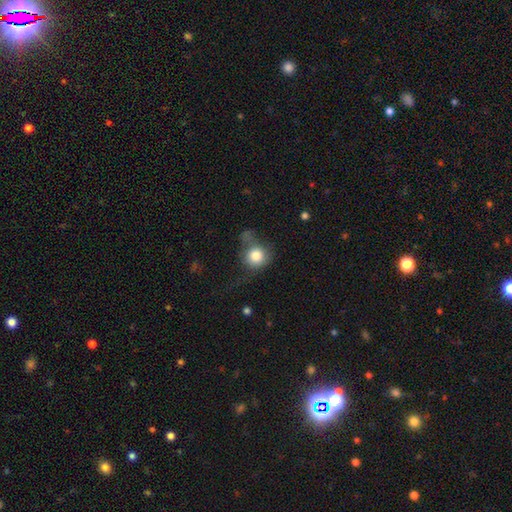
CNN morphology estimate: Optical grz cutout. It shows a smooth galaxy with no disk features (80%) that is round (85%). Merging: none (41%).